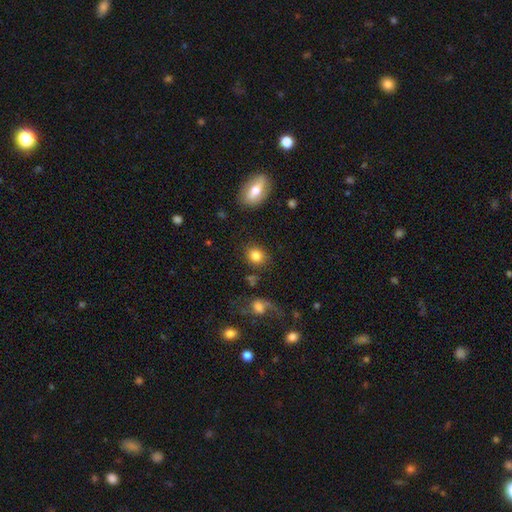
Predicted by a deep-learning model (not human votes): smooth-or-featured: smooth: 82% | star or artifact: 9% | featured or disk: 9%
  how-rounded: round: 69% | in between: 30% | cigar-shaped: 1%
  merging: none: 81% | minor disturbance: 11% | major disturbance: 4% | merger: 4%